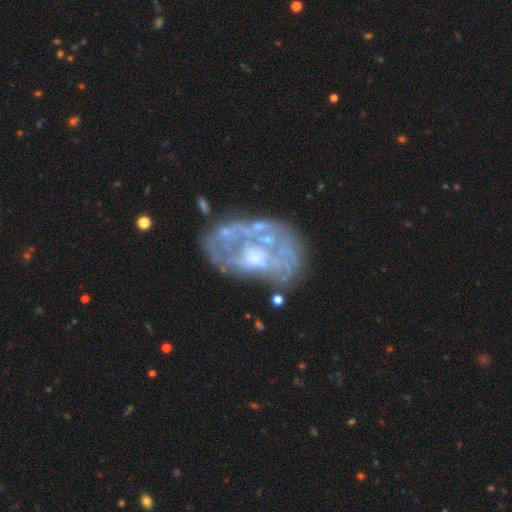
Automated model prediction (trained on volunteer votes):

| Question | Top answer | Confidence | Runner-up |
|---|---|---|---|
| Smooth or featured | featured or disk | 73% | smooth (18%) |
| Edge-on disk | no | 96% | yes (4%) |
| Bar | no | 83% | weak (14%) |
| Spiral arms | no | 66% | yes (34%) |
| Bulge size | moderate | 40% | small (31%) |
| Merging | none | 49% | minor disturbance (21%) |